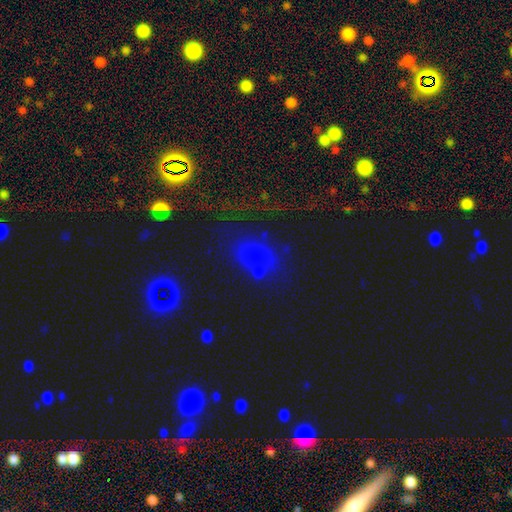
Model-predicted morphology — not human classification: Smooth or featured: smooth — 54% (star or artifact — 32%)
How rounded: round — 58% (in between — 39%)
Merging: none — 53% (merger — 22%)